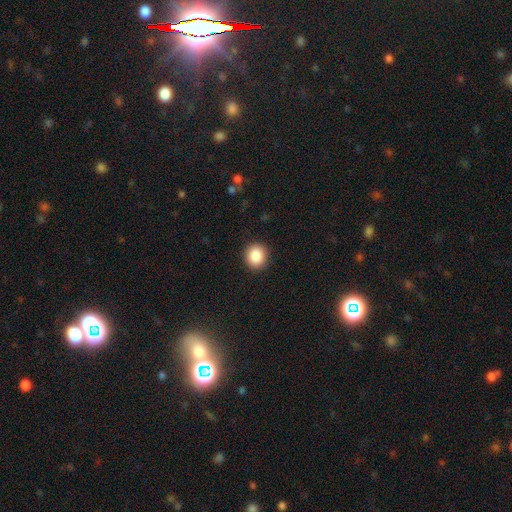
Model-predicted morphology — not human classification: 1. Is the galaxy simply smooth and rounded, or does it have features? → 87% smooth, 9% star or artifact, 4% featured or disk.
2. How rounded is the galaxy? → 85% round, 15% in between, 1% cigar-shaped.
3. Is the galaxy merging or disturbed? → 91% none, 6% minor disturbance, 2% major disturbance, 1% merger.